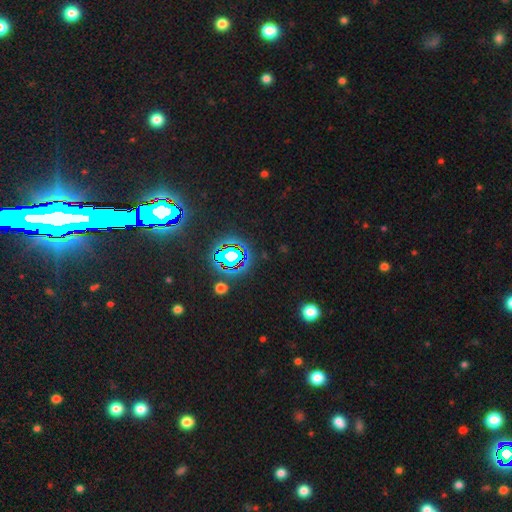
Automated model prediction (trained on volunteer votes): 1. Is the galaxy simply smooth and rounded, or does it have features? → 78% star or artifact, 12% smooth, 10% featured or disk.